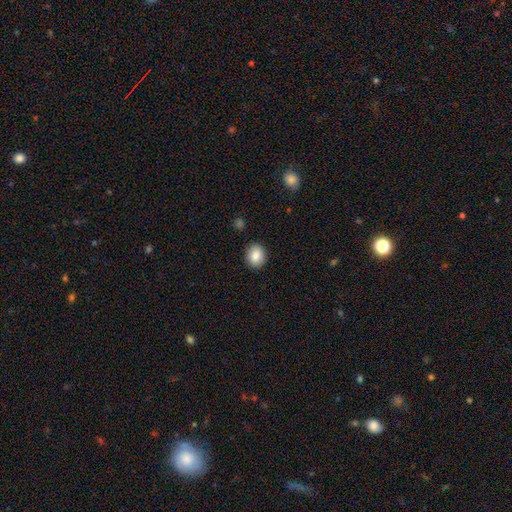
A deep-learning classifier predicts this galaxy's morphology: Q: Smooth or featured?
A: smooth (86%); runner-up: star or artifact (8%)
Q: How rounded?
A: round (61%); runner-up: in between (38%)
Q: Merging?
A: none (88%); runner-up: minor disturbance (8%)